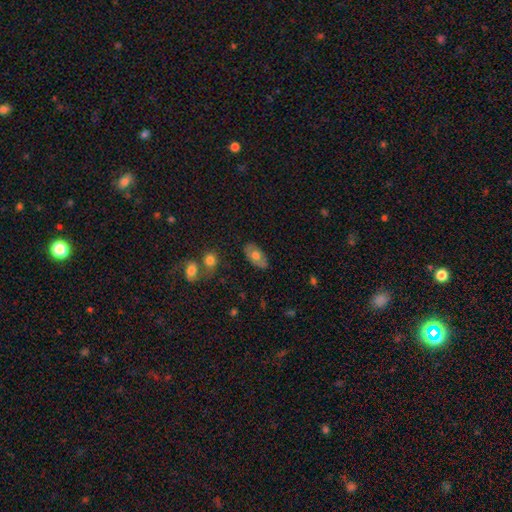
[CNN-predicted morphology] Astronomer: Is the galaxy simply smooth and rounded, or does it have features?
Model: smooth — 63%.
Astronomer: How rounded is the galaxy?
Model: in between — 92%.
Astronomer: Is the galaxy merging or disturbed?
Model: none — 80%.